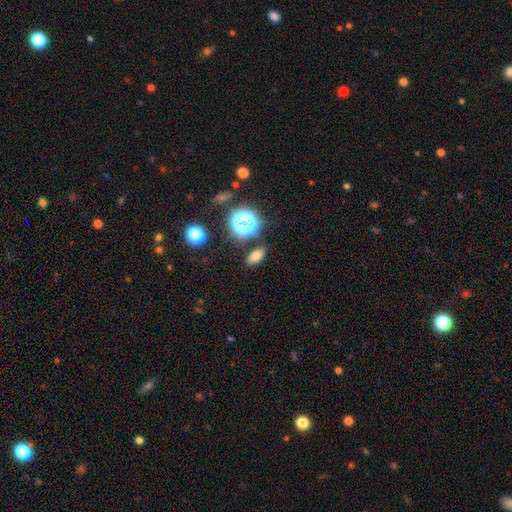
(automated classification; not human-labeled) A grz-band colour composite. It shows a smooth galaxy with no disk features (69%) that is in between round and cigar-shaped (81%). Merging: none (82%).